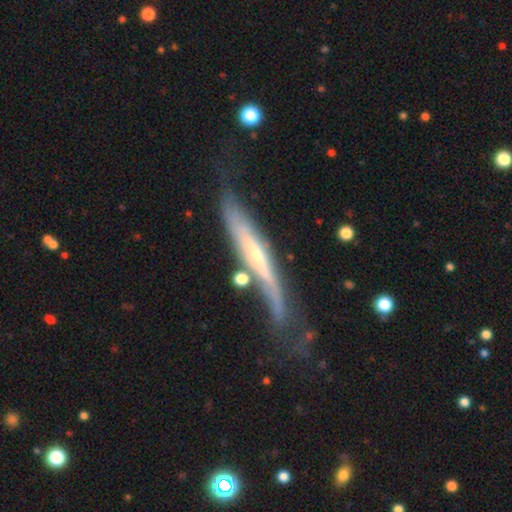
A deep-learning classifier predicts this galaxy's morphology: Smooth or featured? featured or disk (69%)
Edge-on disk? yes (76%)
Edge-on bulge? rounded (50%)
Merging? none (49%)